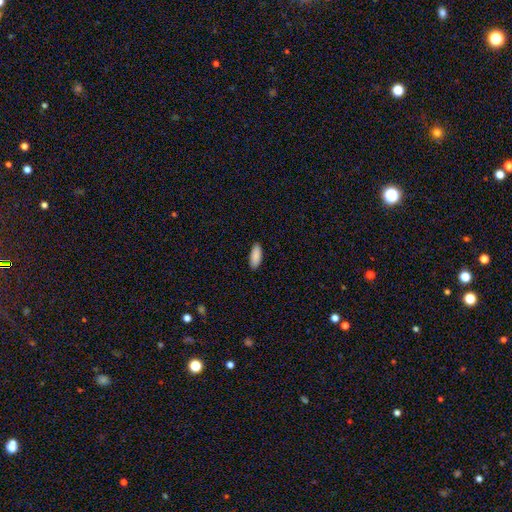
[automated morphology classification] type=smooth (90%); roundness=in between (79%); merging=none (89%).